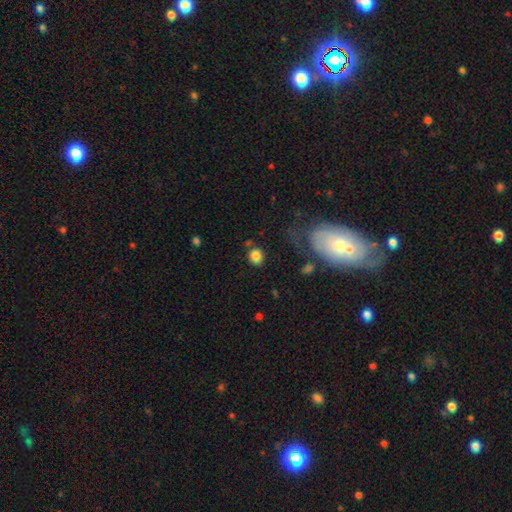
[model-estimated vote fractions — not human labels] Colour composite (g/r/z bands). It shows a smooth galaxy with no disk features (83%) that is round (76%). Merging: none (79%).